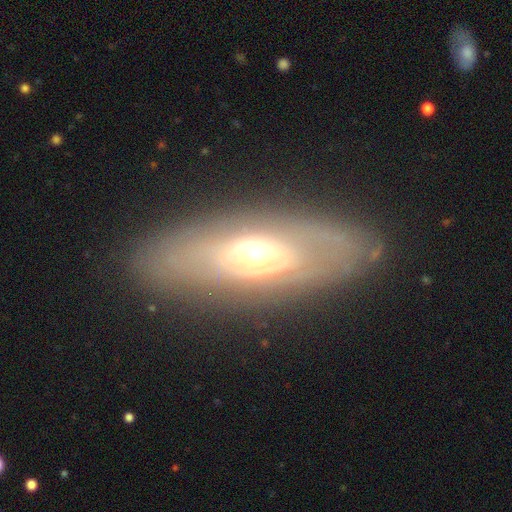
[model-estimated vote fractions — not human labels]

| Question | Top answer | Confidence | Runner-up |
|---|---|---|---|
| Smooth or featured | featured or disk | 63% | smooth (30%) |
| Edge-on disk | no | 74% | yes (26%) |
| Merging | none | 84% | minor disturbance (10%) |